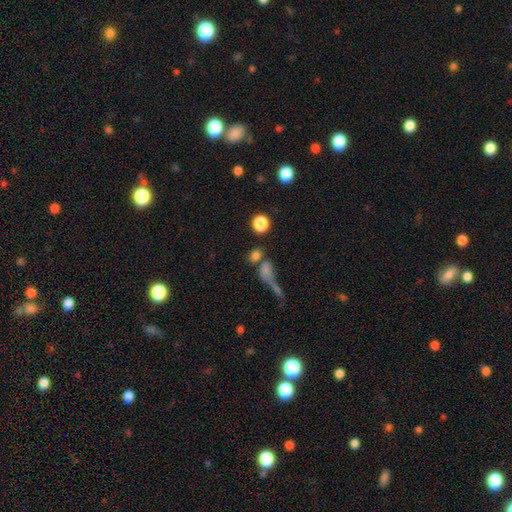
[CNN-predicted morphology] Smooth or featured: smooth — 74% (star or artifact — 16%)
How rounded: round — 49% (in between — 45%)
Merging: none — 46% (merger — 35%)